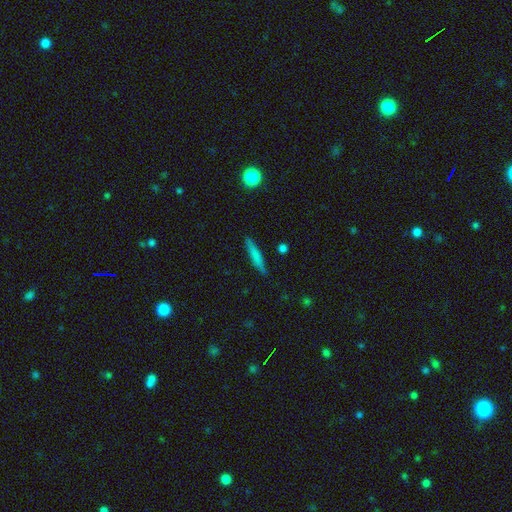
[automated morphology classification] Smooth or featured? smooth (70%)
How rounded? cigar-shaped (91%)
Merging? none (86%)